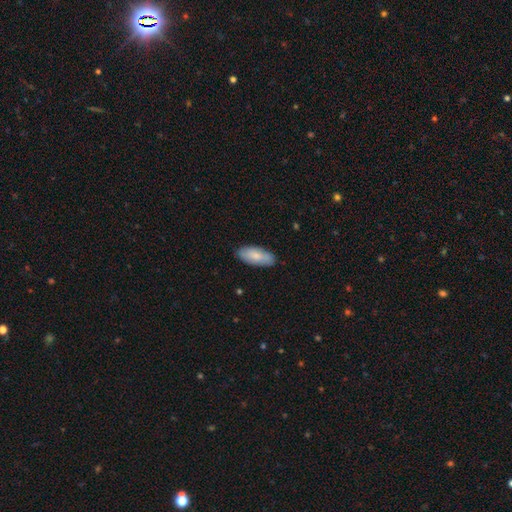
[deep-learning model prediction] This appears to be a smooth galaxy with no disk features (79%) that is in between round and cigar-shaped (87%). Merging: none (85%).